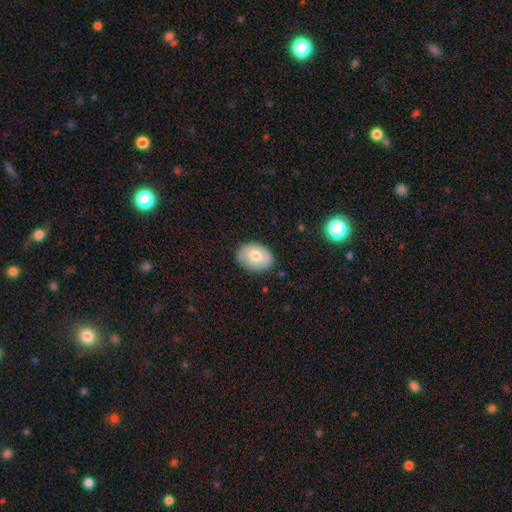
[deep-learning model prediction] Smooth or featured: smooth — 69% (featured or disk — 25%)
How rounded: in between — 80% (round — 19%)
Merging: none — 84% (minor disturbance — 12%)